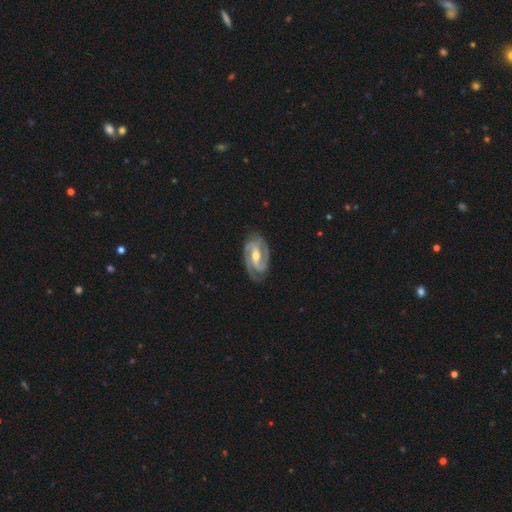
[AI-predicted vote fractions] Morphology: type=featured or disk (92%); edge-on=no (97%); bar=strong (46%); spiral arms=yes (98%); winding=tight (49%); arm count=2 (92%); bulge=moderate (64%); merging=none (82%).